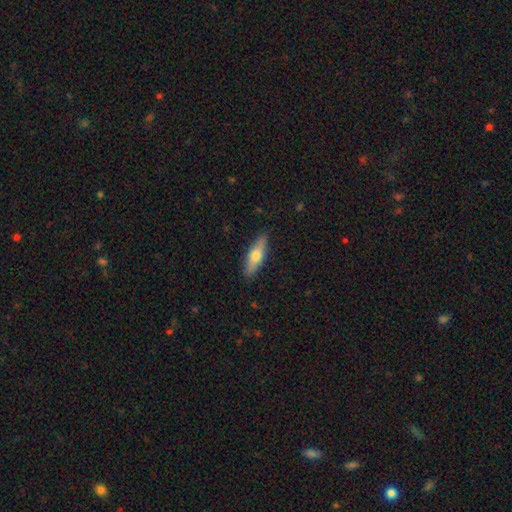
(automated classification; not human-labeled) Morphology: type=smooth (60%); roundness=cigar-shaped (51%); merging=none (87%).